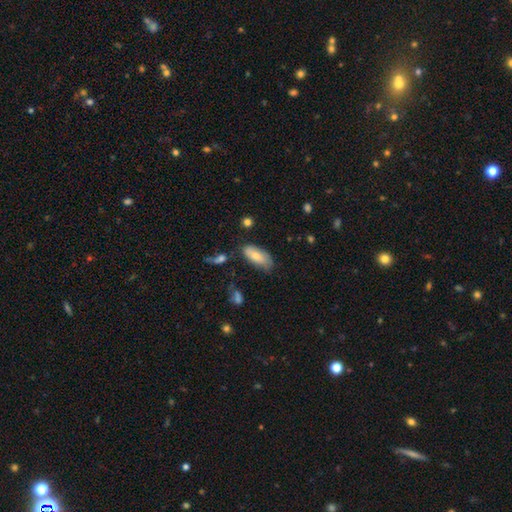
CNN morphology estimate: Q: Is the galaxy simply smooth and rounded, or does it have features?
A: smooth — 74%.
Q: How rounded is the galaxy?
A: in between — 87%.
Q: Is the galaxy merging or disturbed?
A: none — 59%.